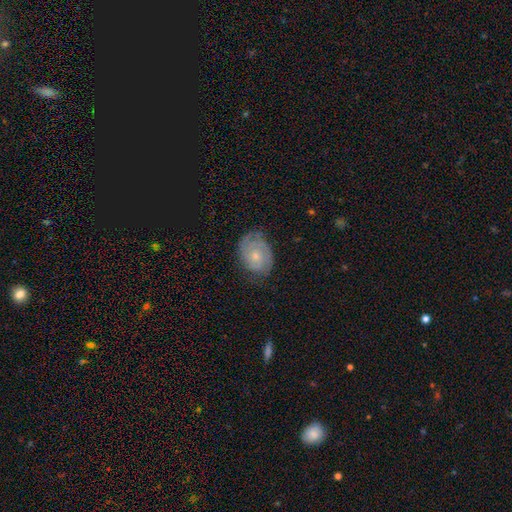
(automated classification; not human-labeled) Smooth or featured: featured or disk — 75% (smooth — 18%)
Edge-on disk: no — 97% (yes — 3%)
Bar: no — 77% (weak — 20%)
Spiral arms: yes — 93% (no — 7%)
Spiral winding: tight — 66% (medium — 27%)
Spiral arm count: 2 — 45% (can't tell — 26%)
Bulge size: small — 61% (moderate — 35%)
Merging: none — 72% (minor disturbance — 21%)